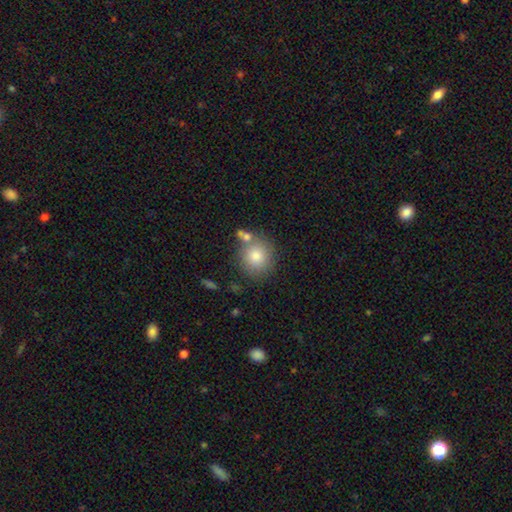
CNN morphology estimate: Smooth or featured: smooth — 81% (featured or disk — 10%)
How rounded: round — 86% (in between — 13%)
Merging: none — 69% (merger — 15%)